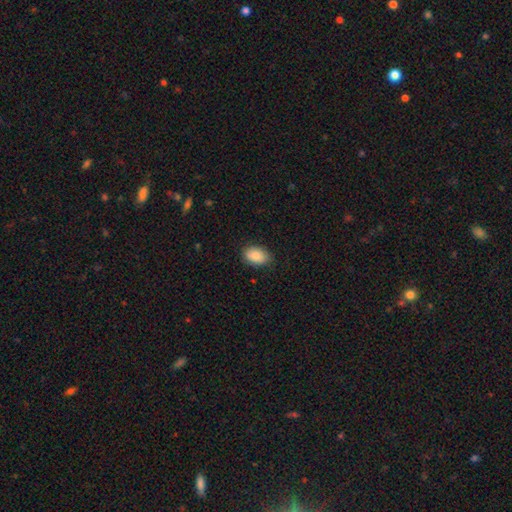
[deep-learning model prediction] This is clearly a smooth galaxy (88%). How rounded: clearly in between (89%). Merging: clearly none (85%).